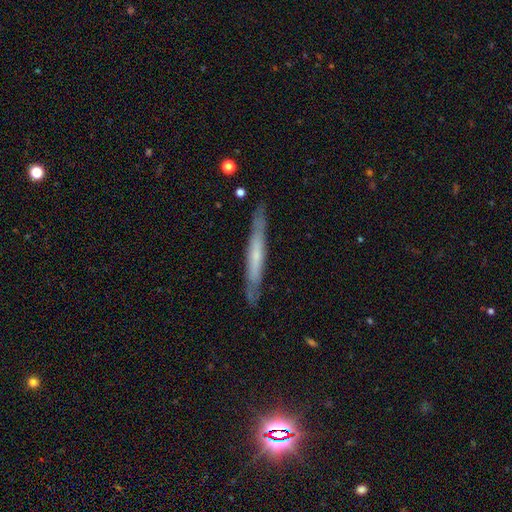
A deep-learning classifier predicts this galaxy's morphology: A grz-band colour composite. It shows a featured or disk galaxy (55%) viewed edge-on (87%). Merging: none (85%).